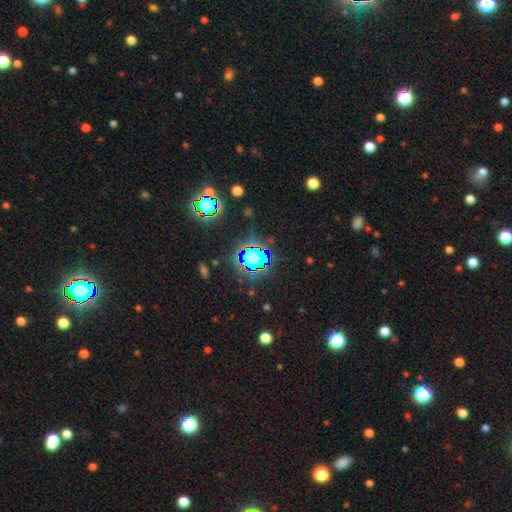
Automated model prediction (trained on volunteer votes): Morphology: type=star or artifact (63%).